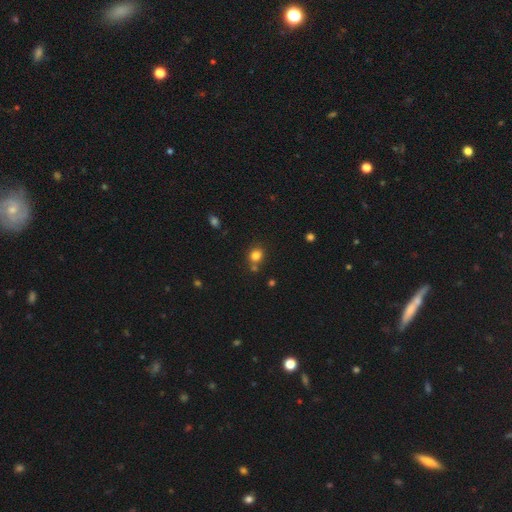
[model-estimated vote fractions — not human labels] smooth_or_featured: smooth (p=0.80) [alt: star or artifact p=0.13]
how_rounded: round (p=0.78) [alt: in between p=0.21]
merging: none (p=0.68) [alt: merger p=0.18]